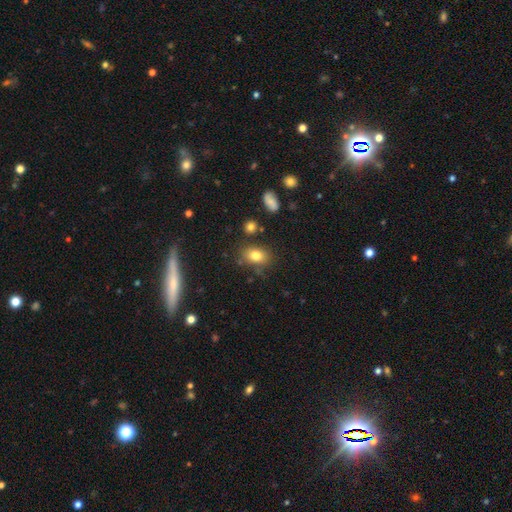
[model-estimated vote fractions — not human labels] Overall: smooth (80%). How rounded: in between (75%). Merging: none (76%).